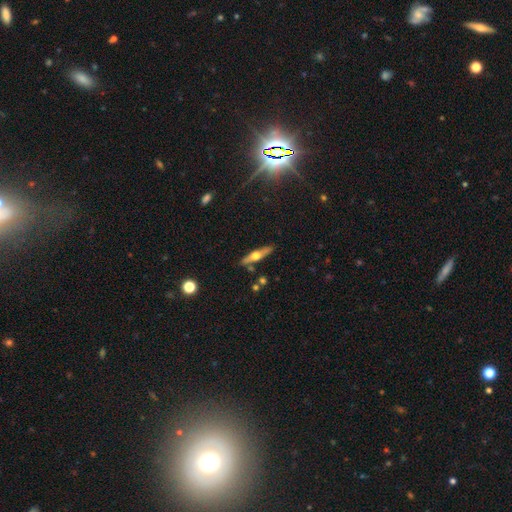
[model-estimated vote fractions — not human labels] Smooth or featured?
  - featured or disk: 62% *
  - smooth: 32%
  - star or artifact: 6%
Edge-on disk?
  - yes: 94% *
  - no: 6%
Edge-on bulge?
  - rounded: 95% *
  - boxy: 3%
  - none: 3%
Merging?
  - none: 85% *
  - minor disturbance: 10%
  - merger: 4%
  - major disturbance: 2%